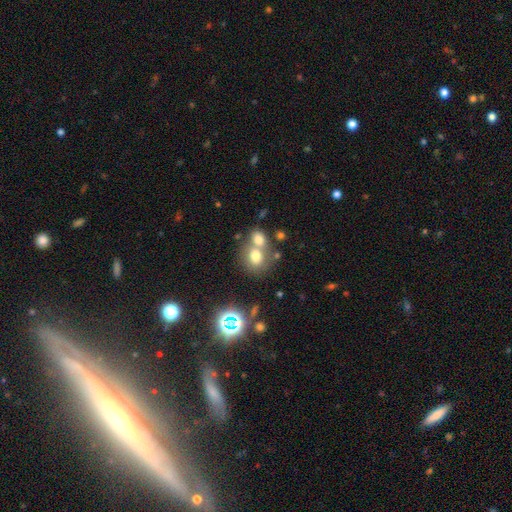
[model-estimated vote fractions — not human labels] The model was most divided on "merging": merger: 49%, none: 38%, minor disturbance: 9%, major disturbance: 4%. More confident: smooth or featured — smooth (70%); how rounded — round (56%).